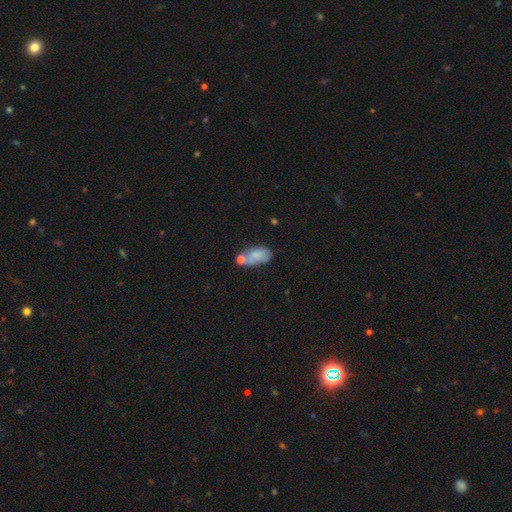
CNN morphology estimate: This is likely a smooth galaxy (63%). How rounded: clearly in between (91%). Merging: marginally none (36%).